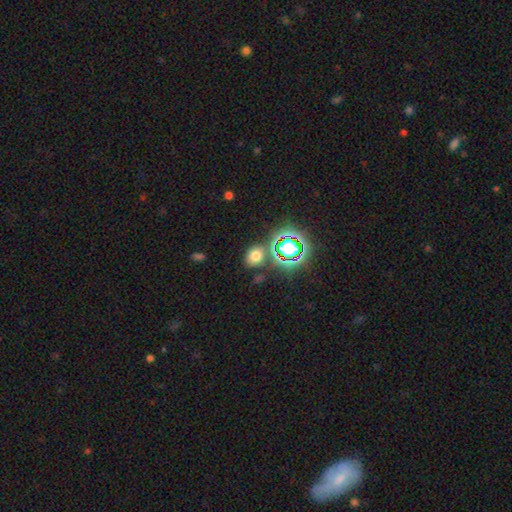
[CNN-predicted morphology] Overall: smooth (65%; star or artifact 26%). How rounded: in between (53%; round 45%). Merging: none (76%).